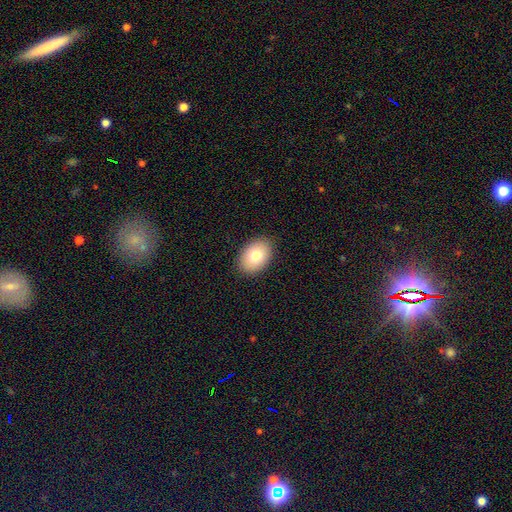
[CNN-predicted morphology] smooth-or-featured: smooth: 78% | featured or disk: 14% | star or artifact: 8%
  how-rounded: in between: 83% | round: 16% | cigar-shaped: 1%
  merging: none: 88% | minor disturbance: 9% | major disturbance: 2% | merger: 1%